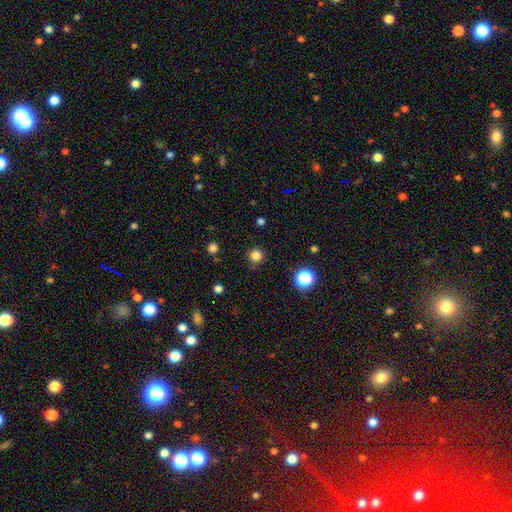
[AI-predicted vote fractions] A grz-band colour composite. It shows a smooth galaxy with no disk features (82%) that is round (95%). Merging: none (90%).